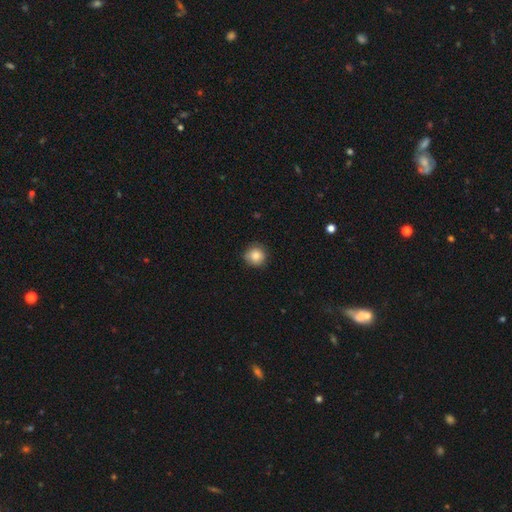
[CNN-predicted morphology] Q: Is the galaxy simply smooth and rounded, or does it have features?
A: smooth — 84%.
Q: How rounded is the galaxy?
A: round — 93%.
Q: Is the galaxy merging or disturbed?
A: none — 84%.